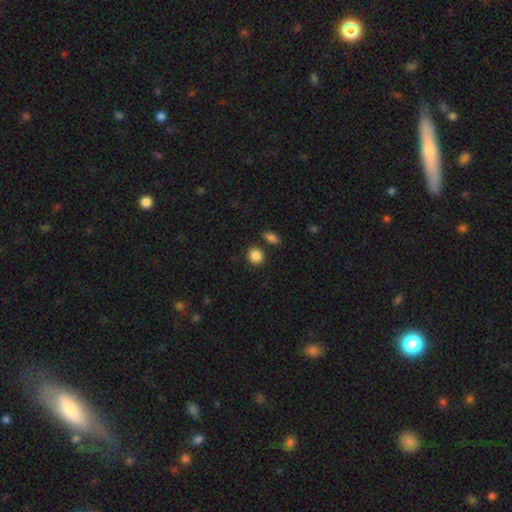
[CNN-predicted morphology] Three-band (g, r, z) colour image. It shows a smooth galaxy with no disk features (87%) that is round (82%). Merging: none (82%).